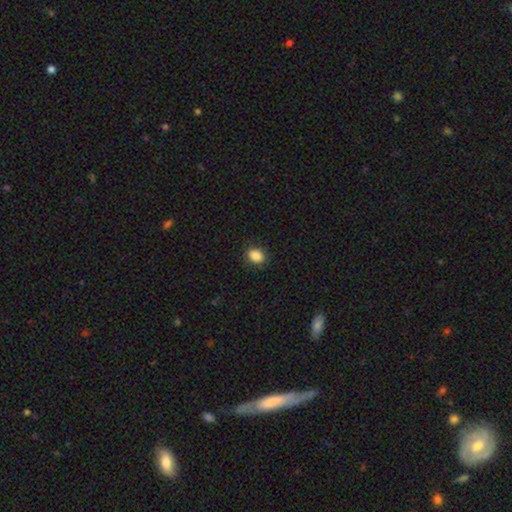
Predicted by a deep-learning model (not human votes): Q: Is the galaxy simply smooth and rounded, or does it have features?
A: smooth — 88%.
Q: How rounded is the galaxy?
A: in between — 63%.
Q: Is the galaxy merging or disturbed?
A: none — 88%.